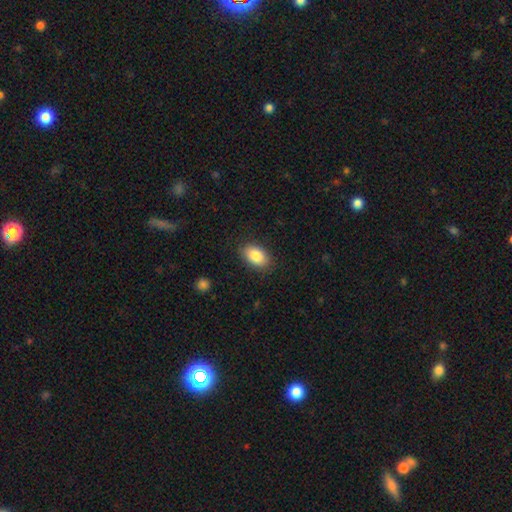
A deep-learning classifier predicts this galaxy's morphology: smooth-or-featured: smooth: 86% | featured or disk: 7% | star or artifact: 7%
  how-rounded: in between: 89% | round: 9% | cigar-shaped: 1%
  merging: none: 87% | minor disturbance: 10% | major disturbance: 3% | merger: 1%